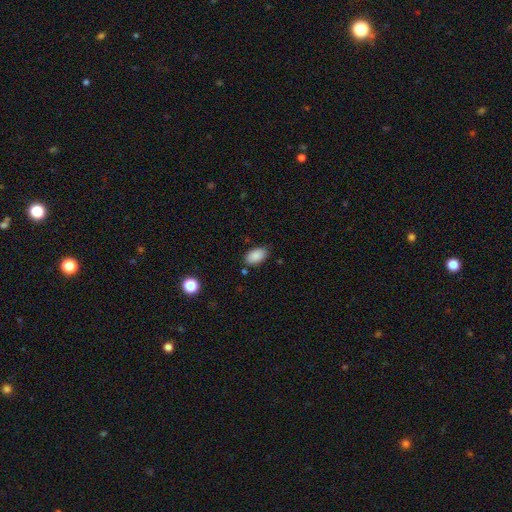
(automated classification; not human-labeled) Smooth or featured? smooth (88%)
How rounded? in between (93%)
Merging? none (81%)